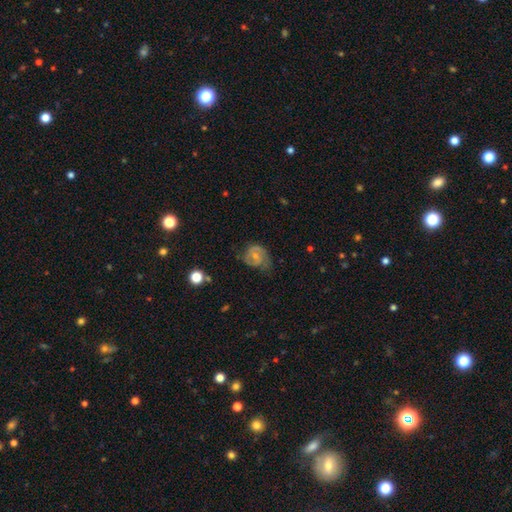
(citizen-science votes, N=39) Smooth or featured: featured or disk — 77% (smooth — 18%)
Edge-on disk: no — 90% (yes — 10%)
Bar: no — 56% (weak — 30%)
Spiral arms: yes — 81% (no — 19%)
Spiral winding: medium — 36% (tied with loose — 36%)
Spiral arm count: 2 — 64% (1 — 23%)
Bulge size: moderate — 52% (small — 41%)
Merging: minor disturbance — 51% (none — 41%)